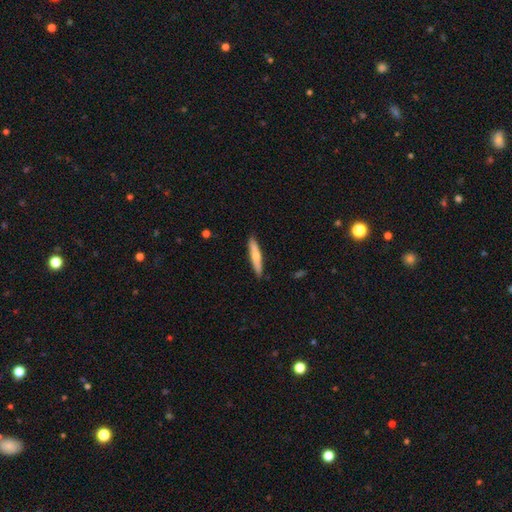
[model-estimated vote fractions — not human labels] smooth-or-featured: smooth: 61% | featured or disk: 33% | star or artifact: 5%
  how-rounded: cigar-shaped: 90% | in between: 8% | round: 1%
  merging: none: 90% | minor disturbance: 8% | major disturbance: 1% | merger: 1%